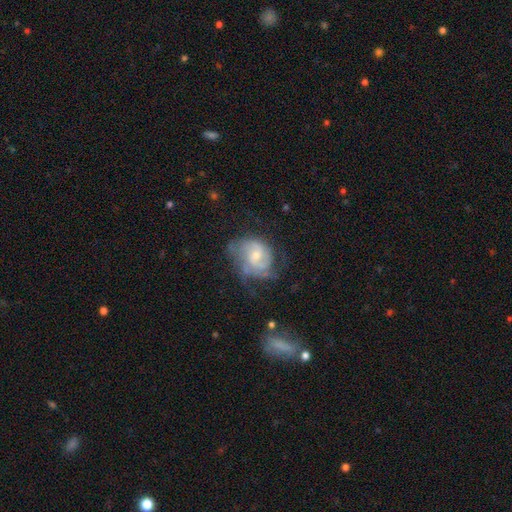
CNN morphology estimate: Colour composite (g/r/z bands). It shows a featured or disk galaxy (73%) with no bar (54%), 2 (49%) medium (43%) spiral arms (90%) and a small central bulge (49%). Merging: none (50%).